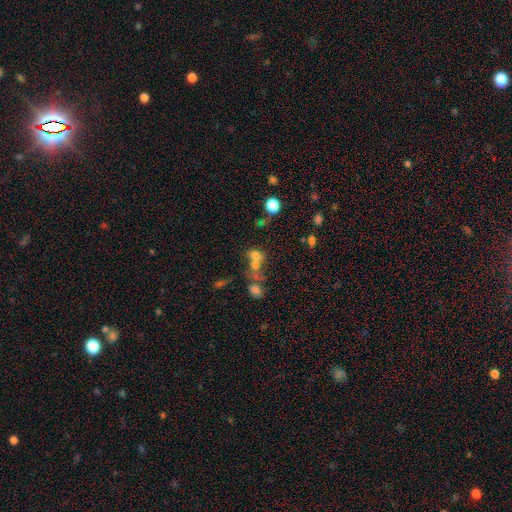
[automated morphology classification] A smooth galaxy with no disk features (65%) that is round (54%).

Vote fractions:
- Smooth or featured? smooth: 65% / featured or disk: 18% / star or artifact: 18%
- How rounded? round: 54% / in between: 44% / cigar-shaped: 2%
- Merging? merger: 55% / none: 29% / minor disturbance: 9% / major disturbance: 7%